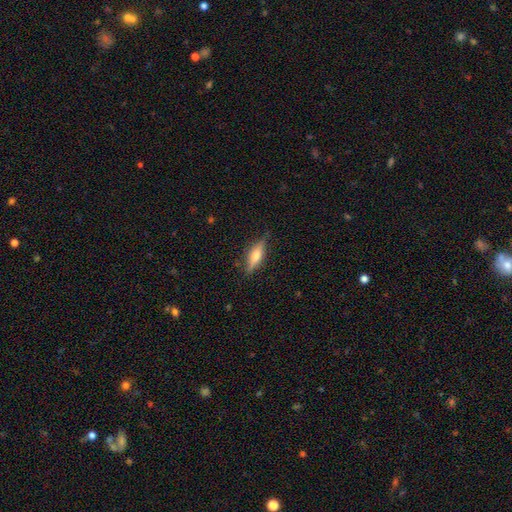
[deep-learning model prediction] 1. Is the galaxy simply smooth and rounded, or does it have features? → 50% featured or disk, 43% smooth, 7% star or artifact.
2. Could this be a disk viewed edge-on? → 92% yes, 8% no.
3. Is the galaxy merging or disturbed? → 82% none, 14% minor disturbance, 3% major disturbance, 1% merger.